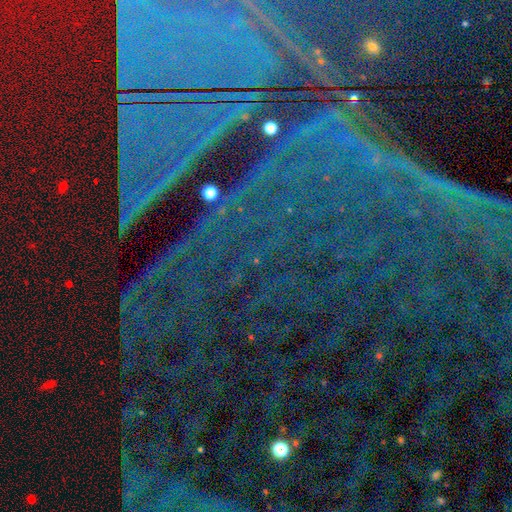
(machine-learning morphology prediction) Overall: star or artifact (89%).